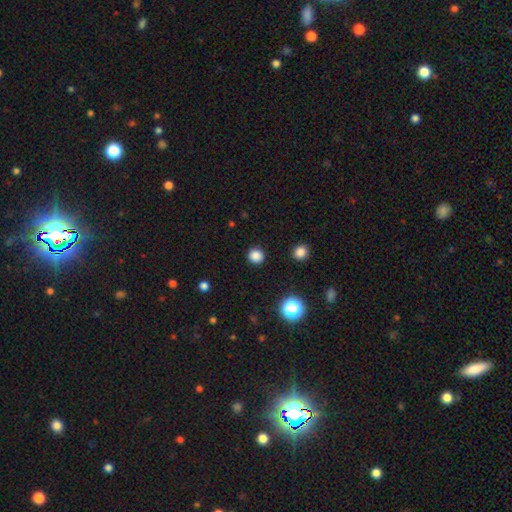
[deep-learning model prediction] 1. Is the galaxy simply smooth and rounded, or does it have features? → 83% smooth, 13% star or artifact, 3% featured or disk.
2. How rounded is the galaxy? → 92% round, 7% in between, 1% cigar-shaped.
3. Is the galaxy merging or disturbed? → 92% none, 5% minor disturbance, 2% major disturbance, 1% merger.